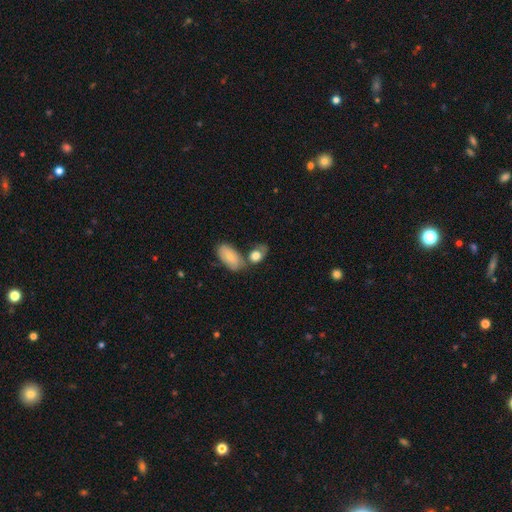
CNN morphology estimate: Smooth or featured?
  - smooth: 77% *
  - featured or disk: 16%
  - star or artifact: 8%
How rounded?
  - in between: 77% *
  - round: 21%
  - cigar-shaped: 3%
Merging?
  - none: 43% *
  - merger: 31%
  - minor disturbance: 18%
  - major disturbance: 8%